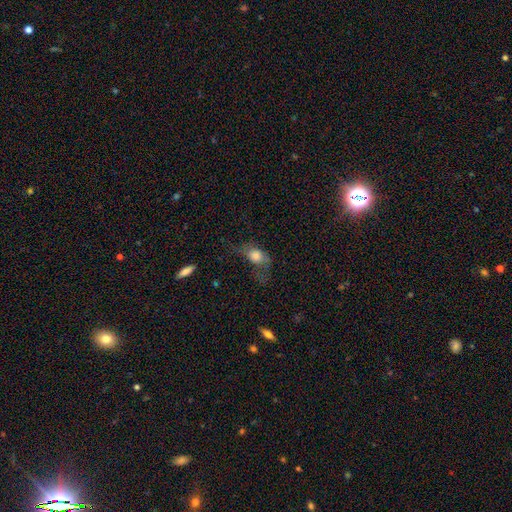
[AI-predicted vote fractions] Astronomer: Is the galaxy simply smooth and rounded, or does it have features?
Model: smooth — 69%.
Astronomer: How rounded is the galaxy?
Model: in between — 60%.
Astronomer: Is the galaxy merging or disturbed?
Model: major disturbance — 39% (runner-up: none, 33%).